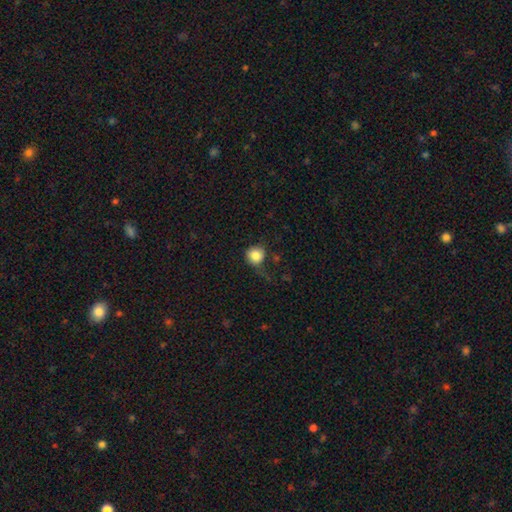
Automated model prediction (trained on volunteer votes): Overall: smooth (83%). How rounded: round (89%). Merging: none (54%; minor disturbance 26%).